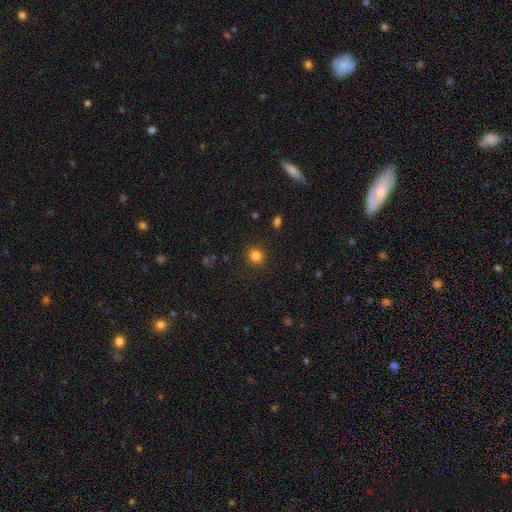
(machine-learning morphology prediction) A smooth galaxy with no disk features (83%) that is round (87%).

Vote fractions:
- Smooth or featured? smooth: 83% / star or artifact: 12% / featured or disk: 5%
- How rounded? round: 87% / in between: 12% / cigar-shaped: 1%
- Merging? none: 90% / minor disturbance: 6% / major disturbance: 2% / merger: 1%